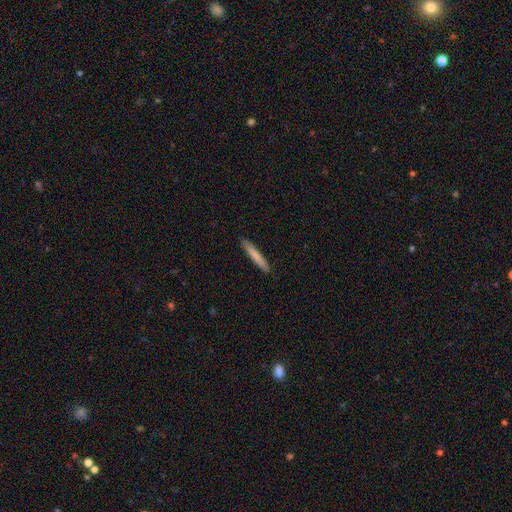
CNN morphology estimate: Smooth or featured? smooth (77%)
How rounded? cigar-shaped (95%)
Merging? none (91%)